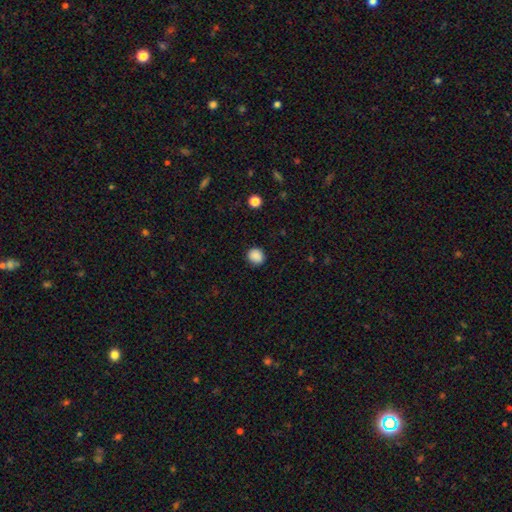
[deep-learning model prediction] This appears to be a smooth galaxy with no disk features (87%) that is round (85%). Merging: none (87%).